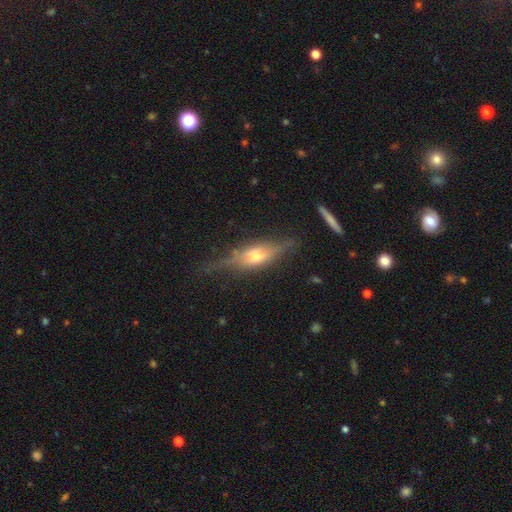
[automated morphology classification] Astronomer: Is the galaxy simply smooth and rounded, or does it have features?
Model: featured or disk — 65%.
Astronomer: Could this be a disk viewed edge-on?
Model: yes — 90%.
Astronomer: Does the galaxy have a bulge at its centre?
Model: rounded — 82%.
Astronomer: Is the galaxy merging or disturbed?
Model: none — 67%.